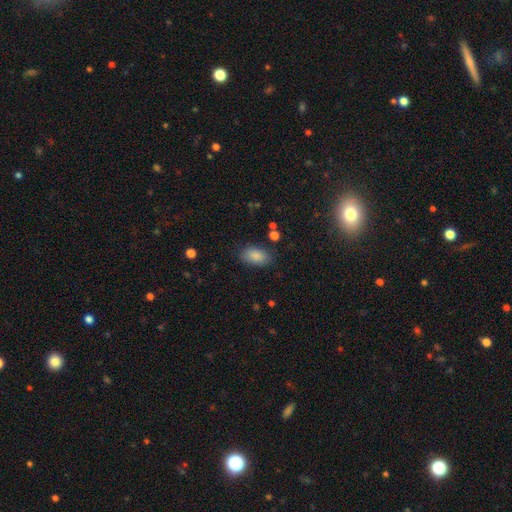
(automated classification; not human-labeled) Smooth or featured: smooth — 87% (star or artifact — 8%)
How rounded: in between — 91% (round — 7%)
Merging: none — 83% (minor disturbance — 11%)